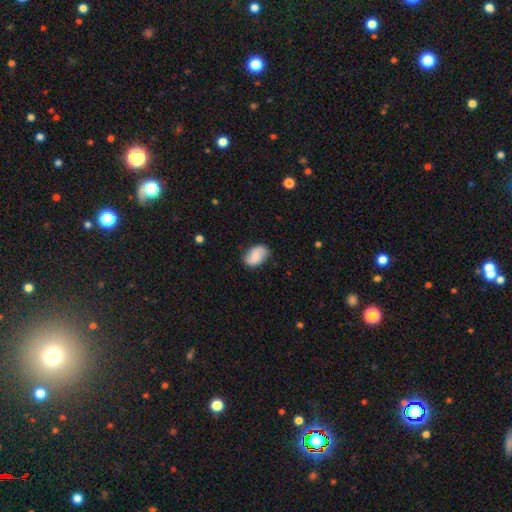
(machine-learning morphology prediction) smooth 57%, featured or disk 36%, star or artifact 8%. Down the decision tree: how rounded — in between (85%); merging — none (76%).